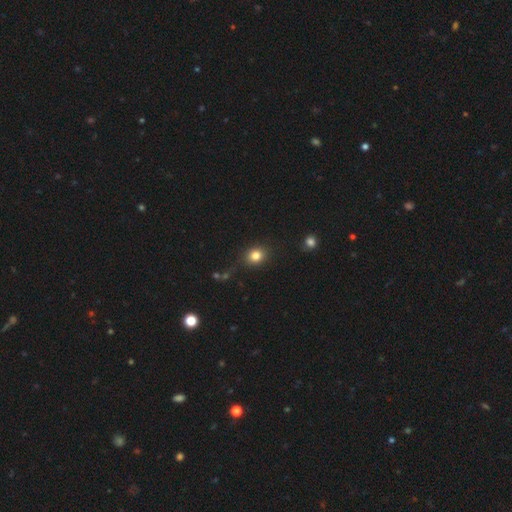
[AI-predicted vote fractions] This appears to be a smooth galaxy with no disk features (82%) that is round (69%). Merging: none (83%).